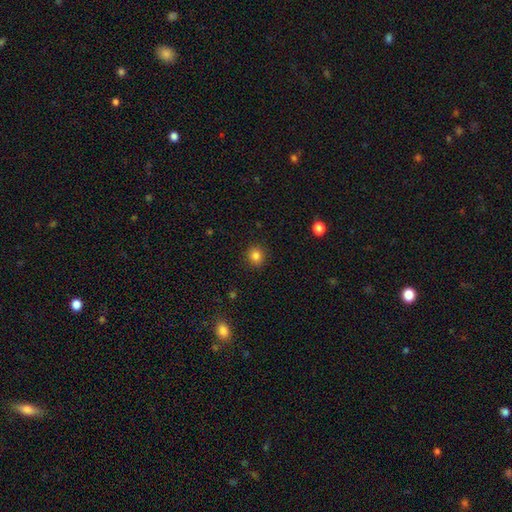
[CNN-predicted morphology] Smooth or featured: smooth — 84% (star or artifact — 11%)
How rounded: round — 85% (in between — 14%)
Merging: none — 91% (minor disturbance — 6%)